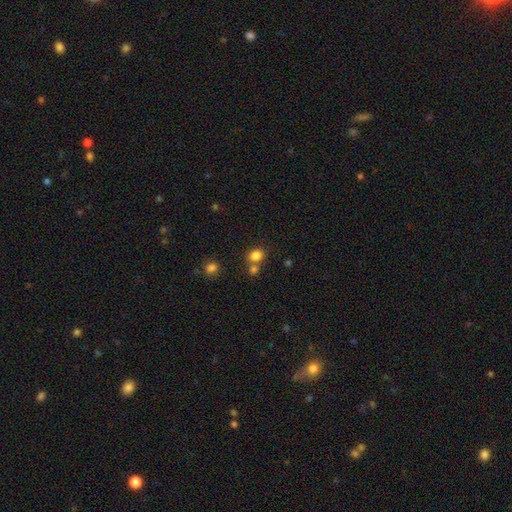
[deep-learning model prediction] A smooth galaxy with no disk features (82%) that is round (63%). Merging: none (60%).